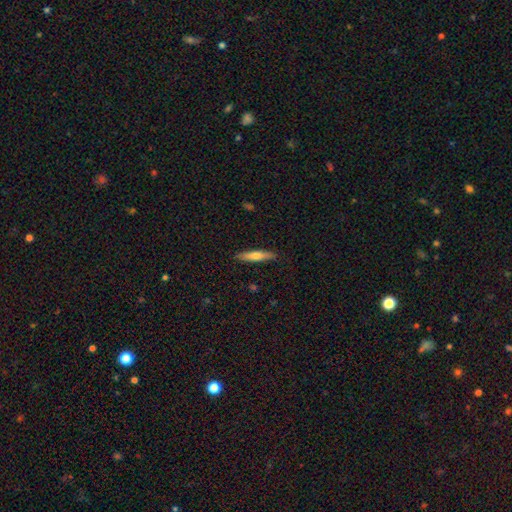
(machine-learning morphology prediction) smooth 60%, featured or disk 35%, star or artifact 6%. Down the decision tree: how rounded — cigar-shaped (87%); merging — none (89%).